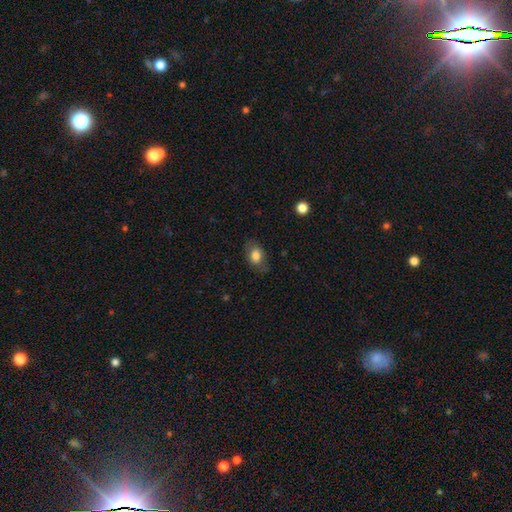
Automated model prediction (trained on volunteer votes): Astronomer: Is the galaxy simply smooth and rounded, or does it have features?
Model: smooth — 78%.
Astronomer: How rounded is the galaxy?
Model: in between — 83%.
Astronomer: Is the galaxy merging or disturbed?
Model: none — 75%.